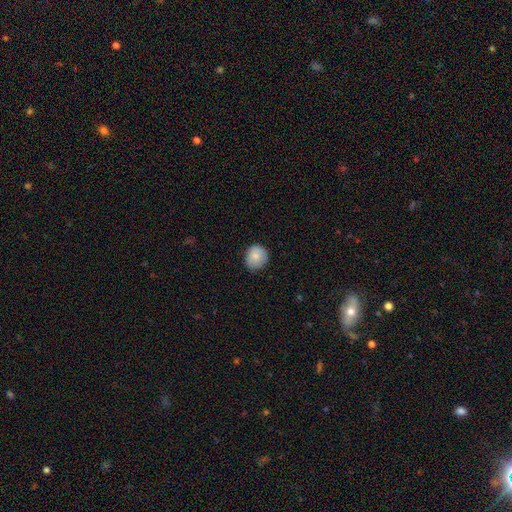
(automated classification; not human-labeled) Smooth or featured? smooth (82%)
How rounded? round (81%)
Merging? none (76%)